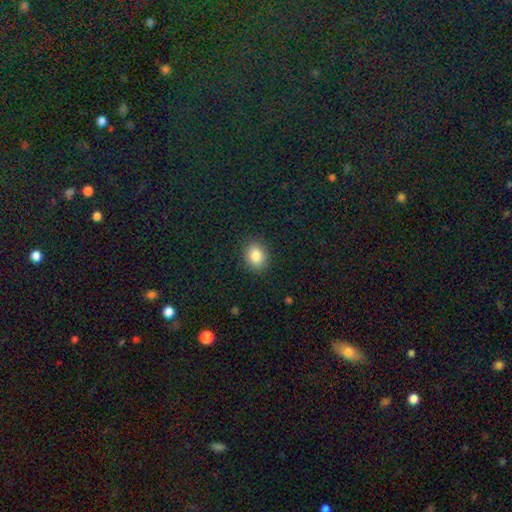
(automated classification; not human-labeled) A smooth galaxy with no disk features (84%) that is round (54%).

Vote fractions:
- Smooth or featured? smooth: 84% / star or artifact: 10% / featured or disk: 7%
- How rounded? round: 54% / in between: 45% / cigar-shaped: 1%
- Merging? none: 89% / minor disturbance: 7% / major disturbance: 2% / merger: 1%